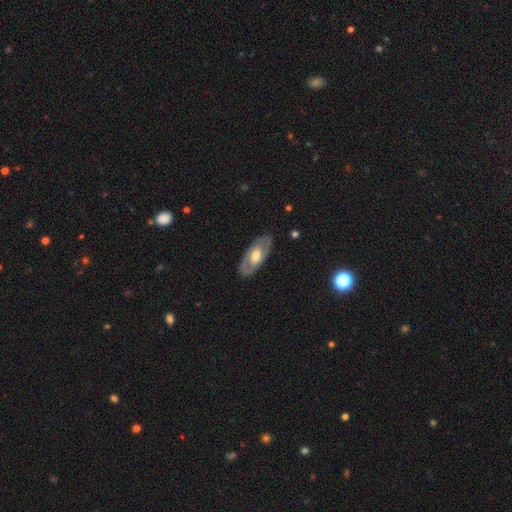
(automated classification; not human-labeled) Morphology: type=featured or disk (63%); edge-on=no (86%); bar=no (56%); spiral arms=no (52%); bulge=moderate (68%); merging=none (85%).